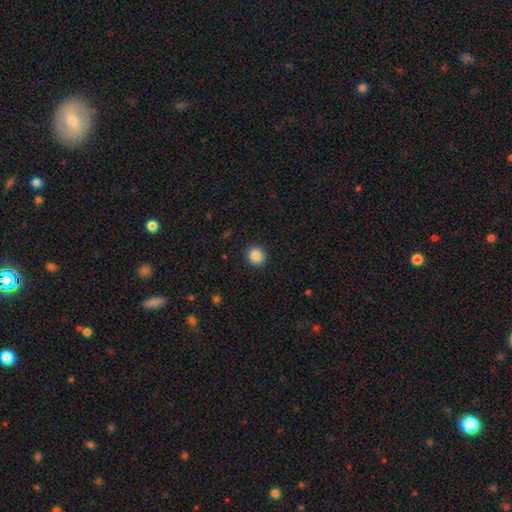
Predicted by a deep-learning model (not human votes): This appears to be a smooth galaxy with no disk features (88%) that is round (89%). Merging: none (92%).